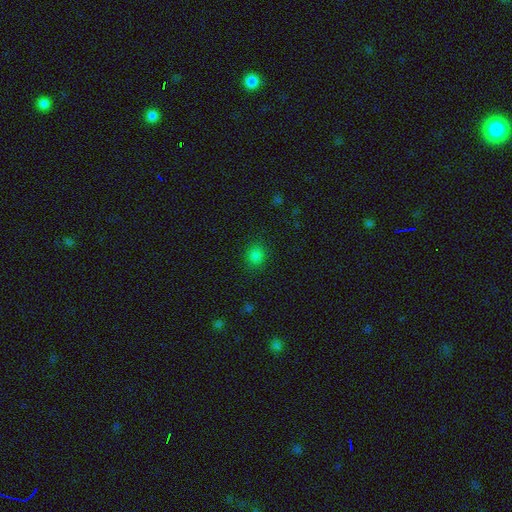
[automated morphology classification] type=smooth (81%); roundness=round (80%); merging=none (88%).